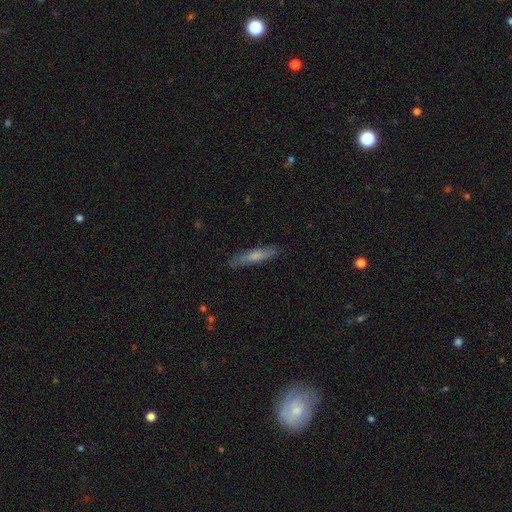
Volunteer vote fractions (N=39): A smooth galaxy with no disk features (74%) that is cigar-shaped (83%).

Vote fractions:
- Smooth or featured? smooth: 74% / featured or disk: 18% / star or artifact: 8%
- How rounded? cigar-shaped: 83% / in between: 14% / round: 3%
- Merging? none: 92% / minor disturbance: 3% / major disturbance: 3% / merger: 3%